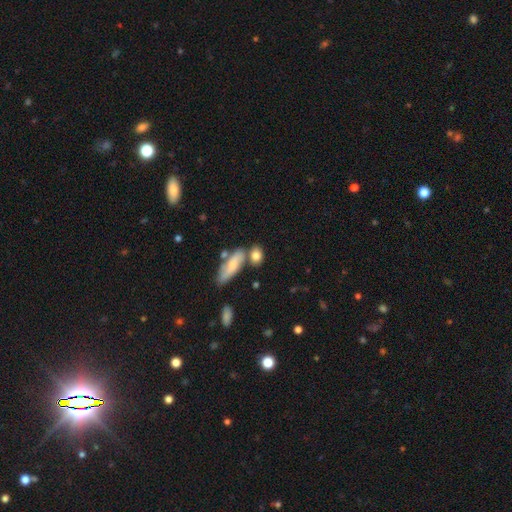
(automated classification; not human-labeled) Q: Smooth or featured?
A: smooth (79%); runner-up: featured or disk (13%)
Q: How rounded?
A: in between (61%); runner-up: round (24%)
Q: Merging?
A: none (56%); runner-up: merger (24%)